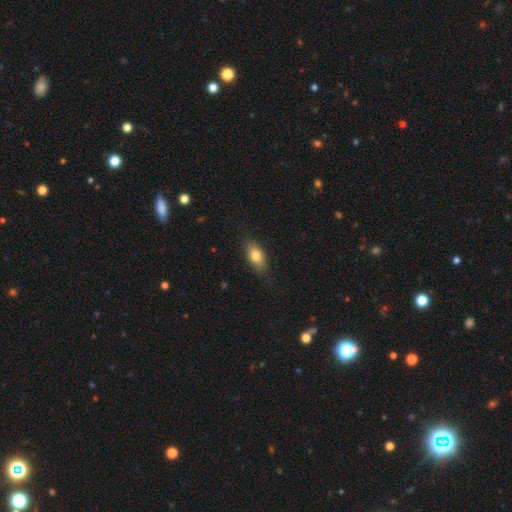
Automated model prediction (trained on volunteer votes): Smooth or featured?
  - smooth: 79% *
  - featured or disk: 14%
  - star or artifact: 7%
How rounded?
  - in between: 84% *
  - cigar-shaped: 10%
  - round: 6%
Merging?
  - none: 81% *
  - minor disturbance: 15%
  - major disturbance: 3%
  - merger: 1%